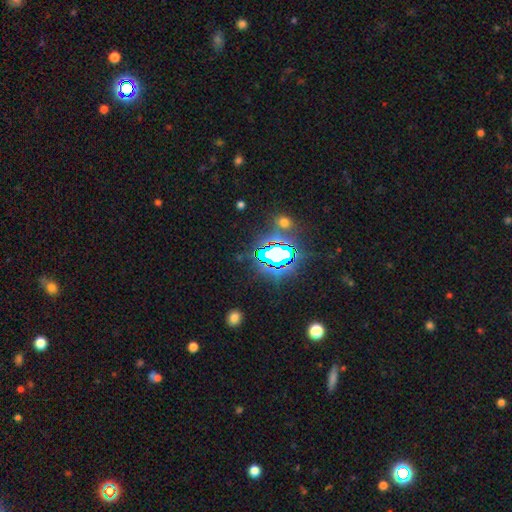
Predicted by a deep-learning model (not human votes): Overall: star or artifact (78%).